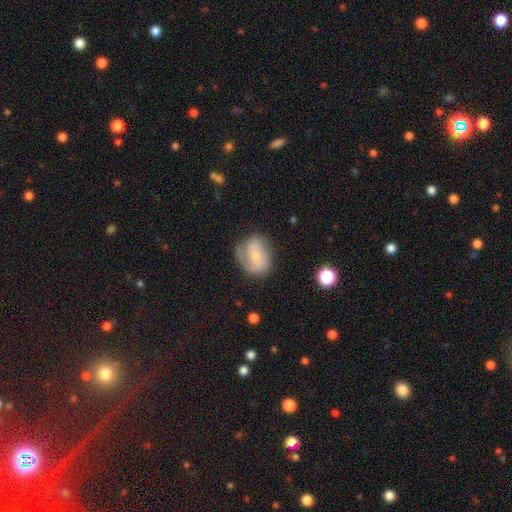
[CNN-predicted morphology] A featured or disk galaxy (55%) with no bar (59%), spiral arms (71%) and a small central bulge (53%).

Vote fractions:
- Smooth or featured? featured or disk: 55% / smooth: 38% / star or artifact: 8%
- Edge-on disk? no: 96% / yes: 4%
- Bar? no: 59% / weak: 32% / strong: 9%
- Spiral arms? yes: 71% / no: 29%
- Bulge size? small: 53% / moderate: 41% / none: 2% / large: 2% / dominant: 1%
- Merging? none: 58% / minor disturbance: 27% / major disturbance: 13% / merger: 2%